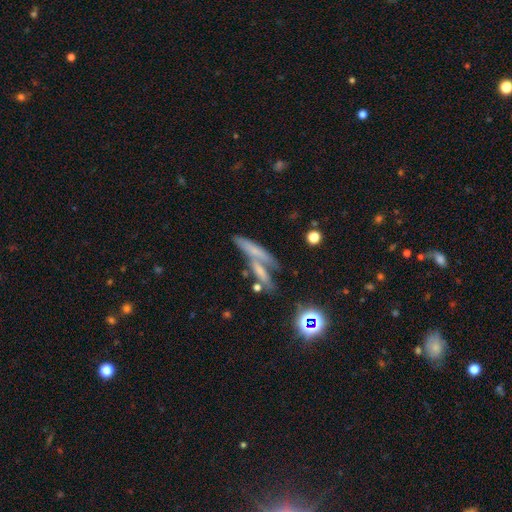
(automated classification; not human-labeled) A smooth galaxy with no disk features (41%). Merging: none (41%).